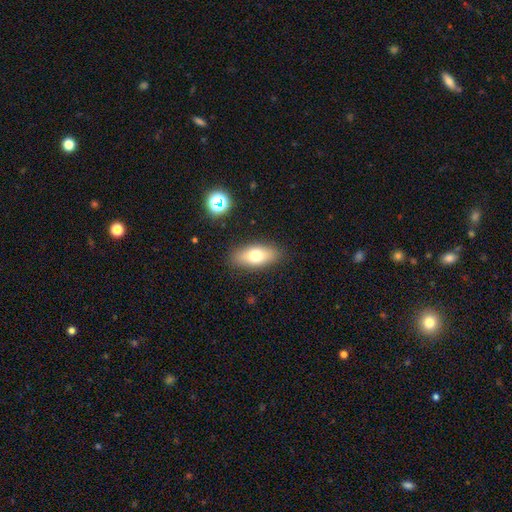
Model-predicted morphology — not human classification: type=smooth (72%); roundness=in between (80%); merging=none (86%).